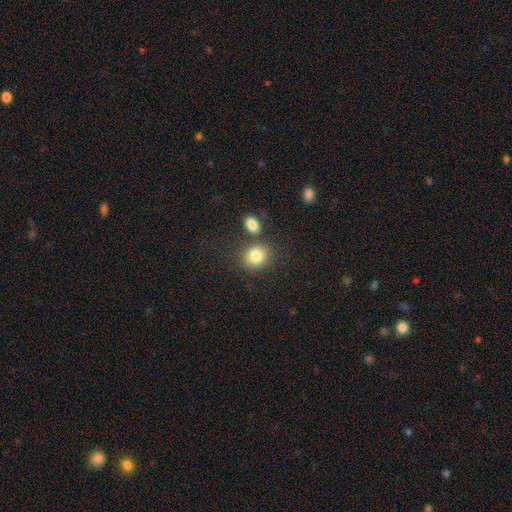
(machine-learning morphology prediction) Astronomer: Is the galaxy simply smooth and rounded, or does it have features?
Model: smooth — 84%.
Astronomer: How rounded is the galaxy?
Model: round — 72%.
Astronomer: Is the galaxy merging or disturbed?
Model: none — 70%.